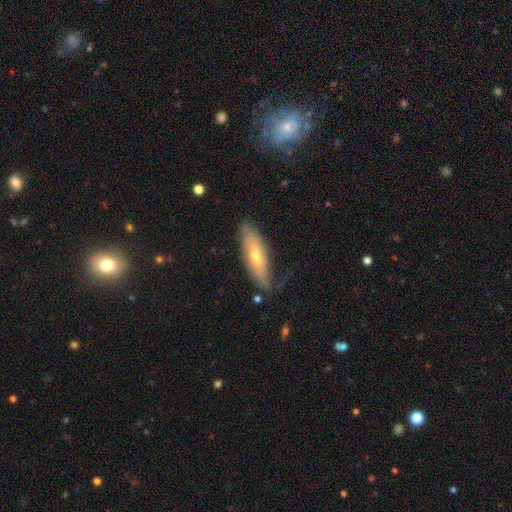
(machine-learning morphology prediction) The model was most divided on "smooth or featured" (2-way tie): featured or disk: 47%, smooth: 47%, star or artifact: 7%. More confident: merging — none (63%).